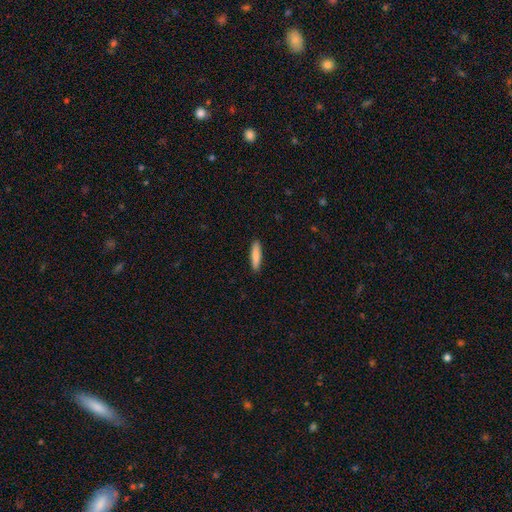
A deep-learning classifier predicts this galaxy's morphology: Smooth or featured? smooth (85%)
How rounded? cigar-shaped (81%)
Merging? none (91%)